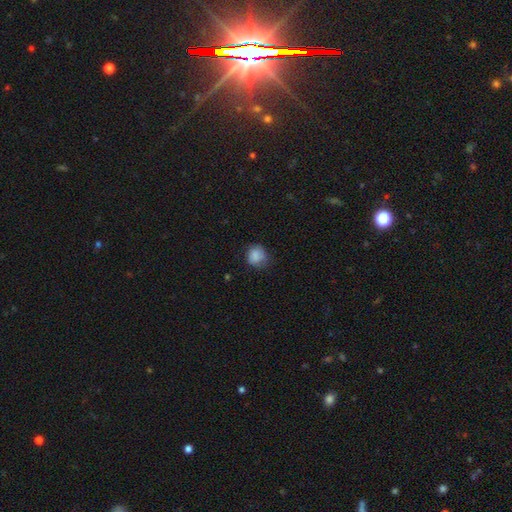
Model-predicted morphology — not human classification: This appears to be a smooth galaxy with no disk features (82%) that is round (78%). Merging: none (64%).